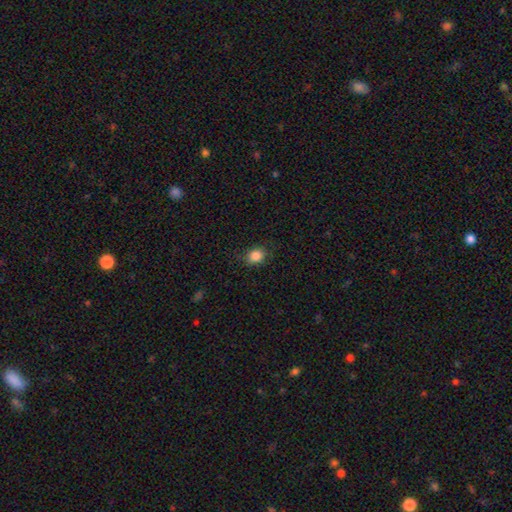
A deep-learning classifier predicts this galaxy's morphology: Q: Smooth or featured?
A: smooth (85%); runner-up: star or artifact (11%)
Q: How rounded?
A: round (68%); runner-up: in between (31%)
Q: Merging?
A: none (83%); runner-up: minor disturbance (13%)